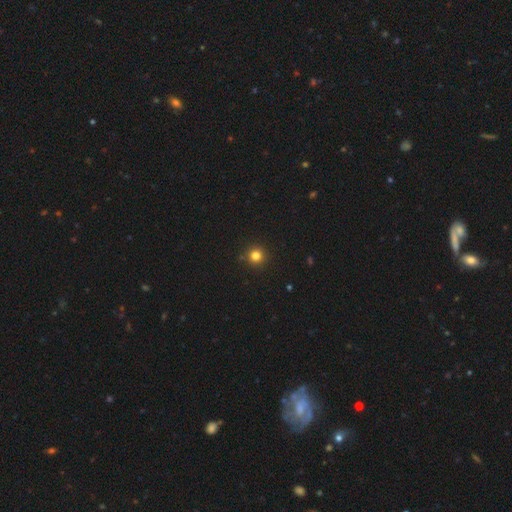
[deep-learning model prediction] smooth_or_featured: smooth (p=0.80) [alt: star or artifact p=0.15]
how_rounded: round (p=0.95) [alt: in between p=0.04]
merging: none (p=0.92) [alt: minor disturbance p=0.05]